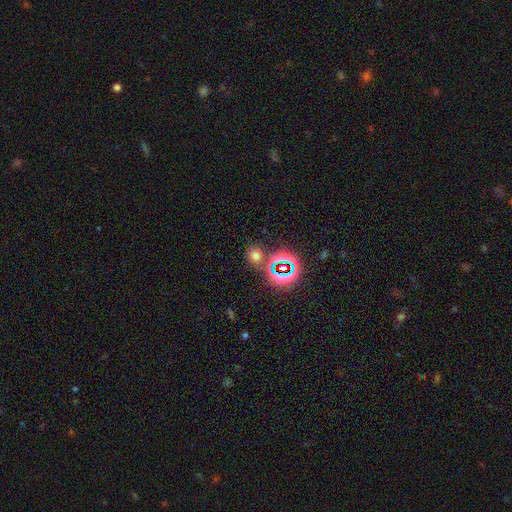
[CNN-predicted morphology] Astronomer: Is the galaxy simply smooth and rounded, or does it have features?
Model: smooth — 56% (runner-up: star or artifact, 37%).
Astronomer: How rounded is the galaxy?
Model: round — 74%.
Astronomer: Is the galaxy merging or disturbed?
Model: none — 74%.